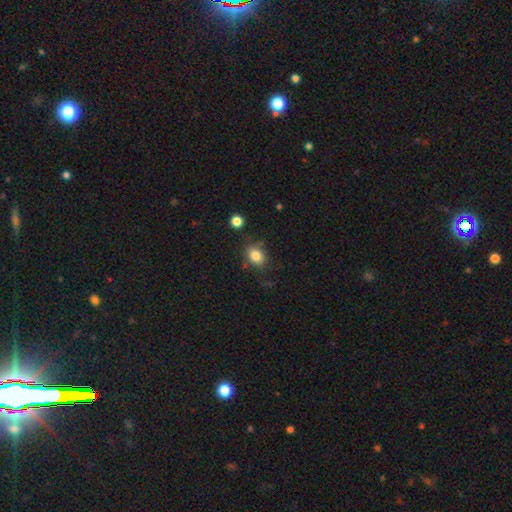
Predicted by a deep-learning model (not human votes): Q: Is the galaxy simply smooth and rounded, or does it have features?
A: smooth — 83%.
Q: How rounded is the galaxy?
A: in between — 67%.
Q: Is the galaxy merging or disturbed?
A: none — 76%.